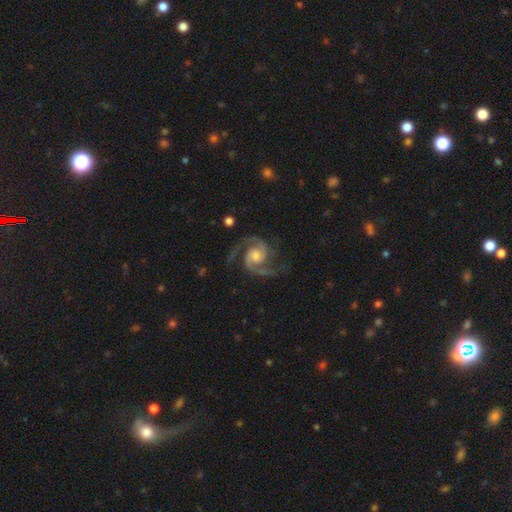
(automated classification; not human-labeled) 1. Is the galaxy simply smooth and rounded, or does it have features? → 93% featured or disk, 4% star or artifact, 3% smooth.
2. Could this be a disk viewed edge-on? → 98% no, 2% yes.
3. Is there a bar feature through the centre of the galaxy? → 64% no, 29% weak, 6% strong.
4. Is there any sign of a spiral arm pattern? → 99% yes, 1% no.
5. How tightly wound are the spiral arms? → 61% medium, 22% tight, 17% loose.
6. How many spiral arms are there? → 92% 2, 3% 3, 2% can't tell, 1% 1, 1% 4, 1% more than 4.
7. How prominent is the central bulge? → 50% moderate, 30% small, 12% large, 7% none, 2% dominant.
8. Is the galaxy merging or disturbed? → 77% none, 14% minor disturbance, 8% major disturbance, 1% merger.